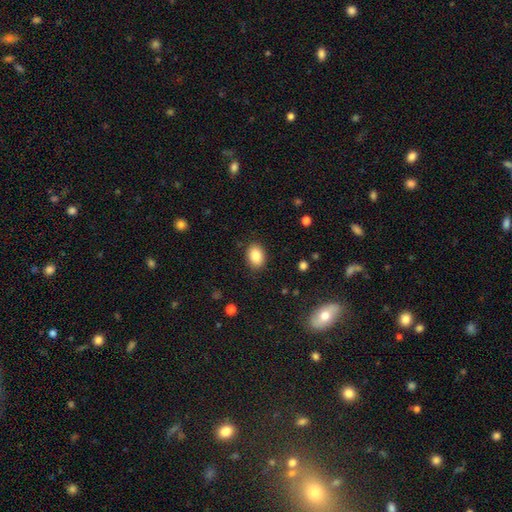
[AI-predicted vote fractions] This appears to be a smooth galaxy with no disk features (86%) that is in between round and cigar-shaped (78%). Merging: none (87%).